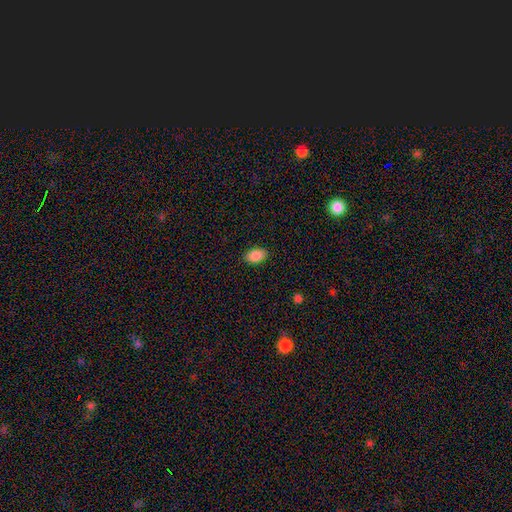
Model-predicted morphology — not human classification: A smooth galaxy with no disk features (89%) that is in between round and cigar-shaped (91%).

Vote fractions:
- Smooth or featured? smooth: 89% / star or artifact: 8% / featured or disk: 3%
- How rounded? in between: 91% / round: 8% / cigar-shaped: 1%
- Merging? none: 89% / minor disturbance: 8% / major disturbance: 2% / merger: 1%